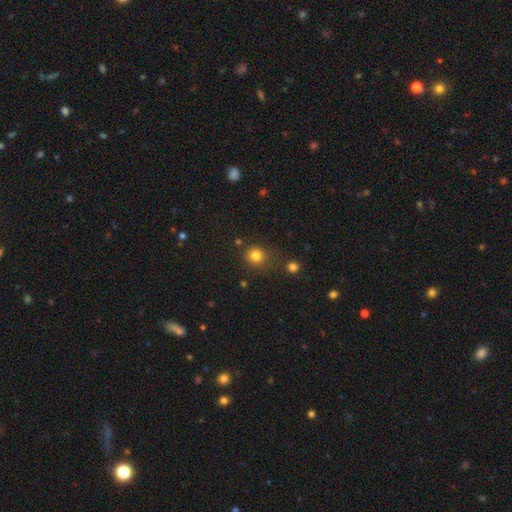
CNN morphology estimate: Smooth or featured: smooth — 81% (star or artifact — 14%)
How rounded: round — 85% (in between — 14%)
Merging: none — 77% (minor disturbance — 12%)